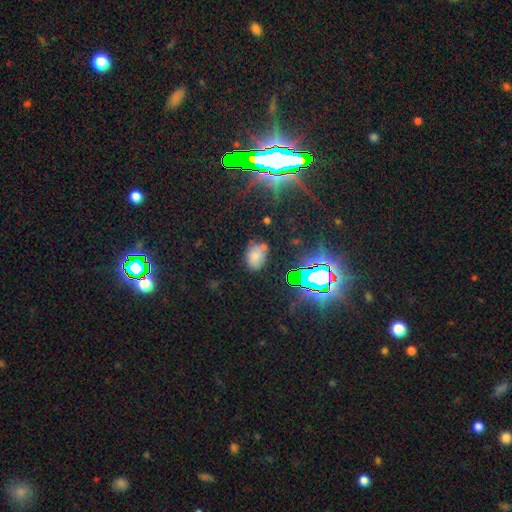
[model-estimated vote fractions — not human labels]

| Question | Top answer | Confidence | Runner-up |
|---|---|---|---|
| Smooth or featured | smooth | 67% | star or artifact (21%) |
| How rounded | in between | 80% | round (18%) |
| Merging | none | 62% | minor disturbance (23%) |